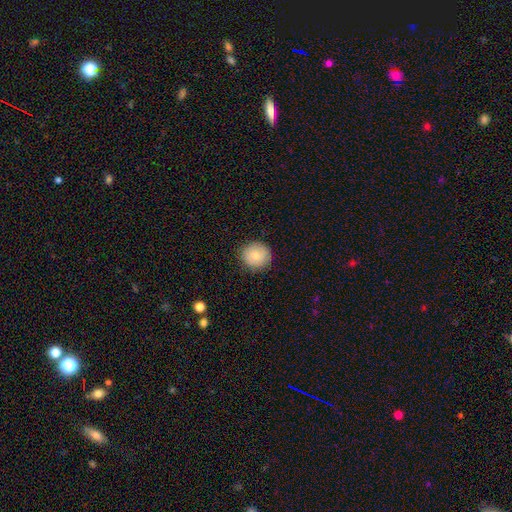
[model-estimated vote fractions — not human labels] This is clearly a smooth galaxy (81%). How rounded: clearly round (90%). Merging: clearly none (88%).